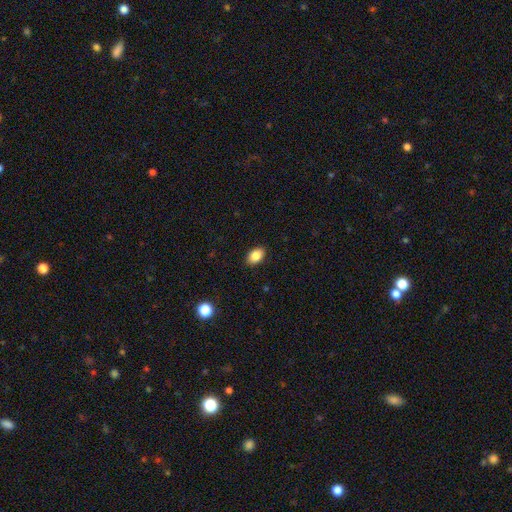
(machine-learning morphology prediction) smooth_or_featured: smooth (p=0.86) [alt: star or artifact p=0.08]
how_rounded: in between (p=0.85) [alt: round p=0.14]
merging: none (p=0.89) [alt: minor disturbance p=0.08]